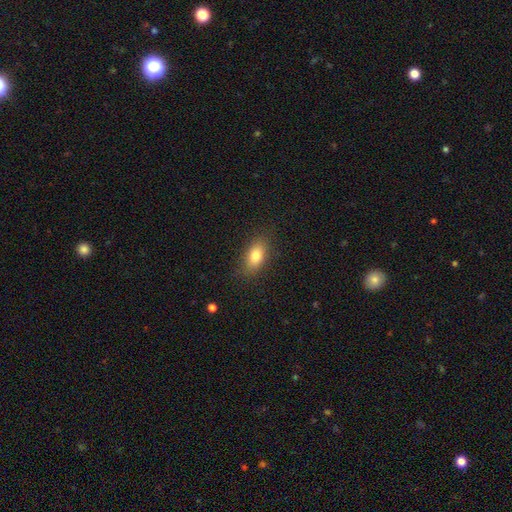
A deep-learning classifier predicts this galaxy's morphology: Smooth or featured?
  - smooth: 80% *
  - featured or disk: 11%
  - star or artifact: 9%
How rounded?
  - in between: 85% *
  - cigar-shaped: 8%
  - round: 7%
Merging?
  - none: 82% *
  - minor disturbance: 13%
  - major disturbance: 4%
  - merger: 1%